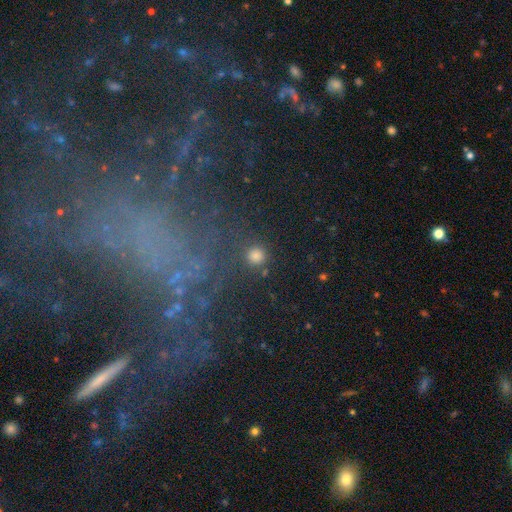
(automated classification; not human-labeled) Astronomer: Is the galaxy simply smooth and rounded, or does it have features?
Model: smooth — 77%.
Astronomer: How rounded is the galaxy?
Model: round — 95%.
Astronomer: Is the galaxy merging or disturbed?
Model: none — 84%.